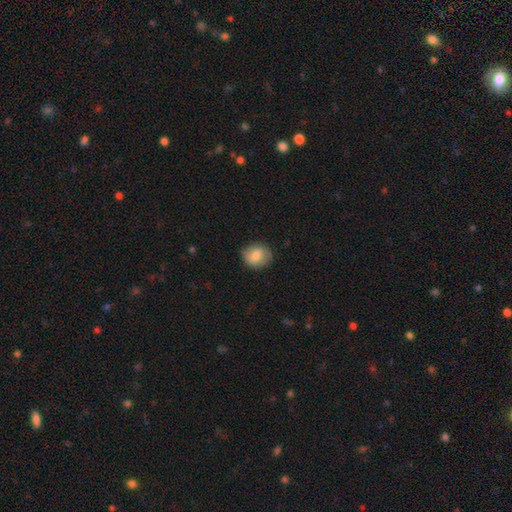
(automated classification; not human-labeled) smooth-or-featured: smooth: 78% | featured or disk: 15% | star or artifact: 7%
  how-rounded: round: 70% | in between: 29% | cigar-shaped: 1%
  merging: none: 82% | minor disturbance: 14% | major disturbance: 3% | merger: 1%